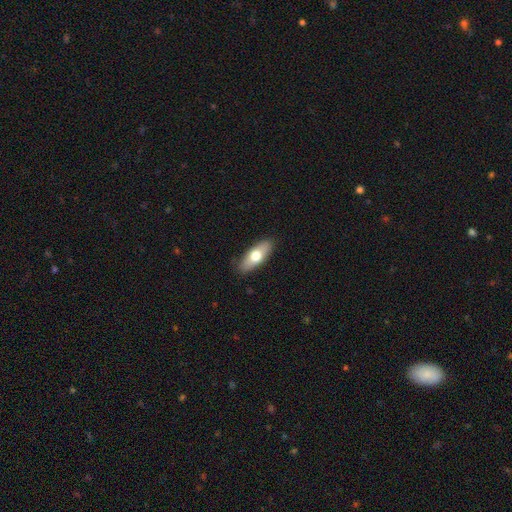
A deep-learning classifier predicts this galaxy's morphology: Smooth or featured?
  - smooth: 67% *
  - featured or disk: 27%
  - star or artifact: 6%
How rounded?
  - in between: 75% *
  - cigar-shaped: 22%
  - round: 3%
Merging?
  - none: 86% *
  - minor disturbance: 10%
  - major disturbance: 2%
  - merger: 1%